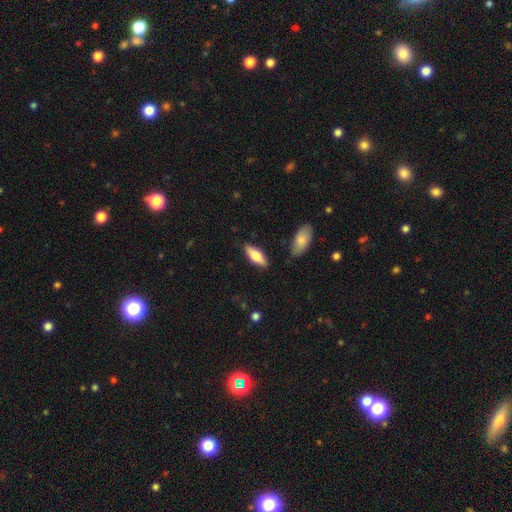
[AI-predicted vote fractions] Q: Smooth or featured?
A: smooth (62%); runner-up: featured or disk (32%)
Q: How rounded?
A: in between (63%); runner-up: cigar-shaped (35%)
Q: Merging?
A: none (83%); runner-up: minor disturbance (11%)